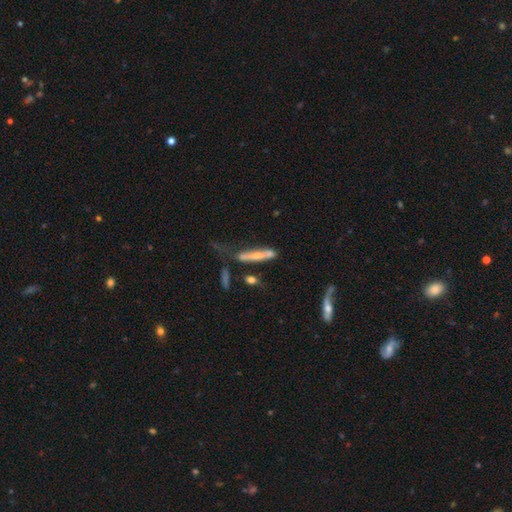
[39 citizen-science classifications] featured or disk 54%, smooth 44%, star or artifact 3%. Down the decision tree: edge-on disk — yes (71%); edge-on bulge — rounded (53%); merging — none (37%).